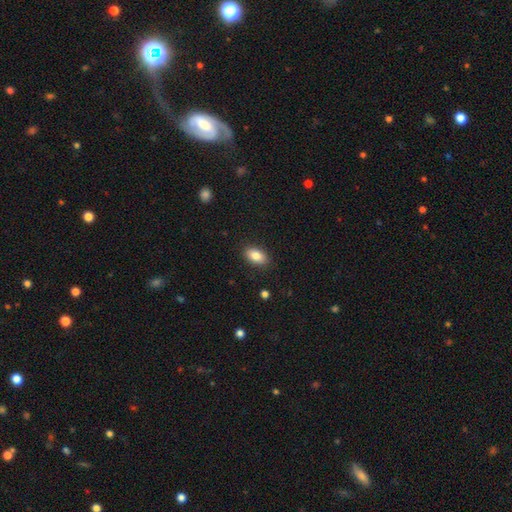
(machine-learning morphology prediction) The model was most divided on "smooth or featured": smooth: 84%, featured or disk: 8%, star or artifact: 8%. More confident: how rounded — in between (91%); merging — none (88%).